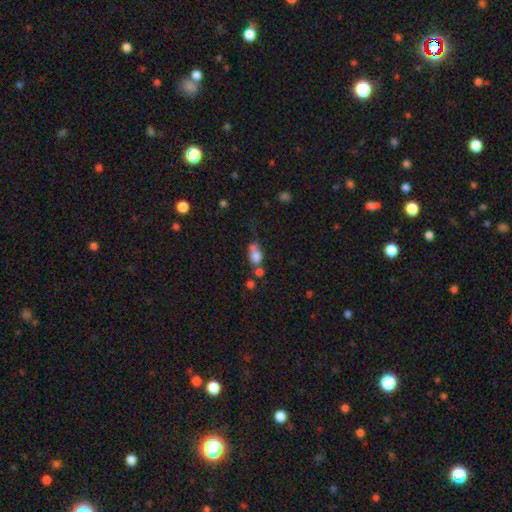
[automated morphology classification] smooth 72%, featured or disk 15%, star or artifact 12%. Down the decision tree: how rounded — in between (61%); merging — merger (44%).